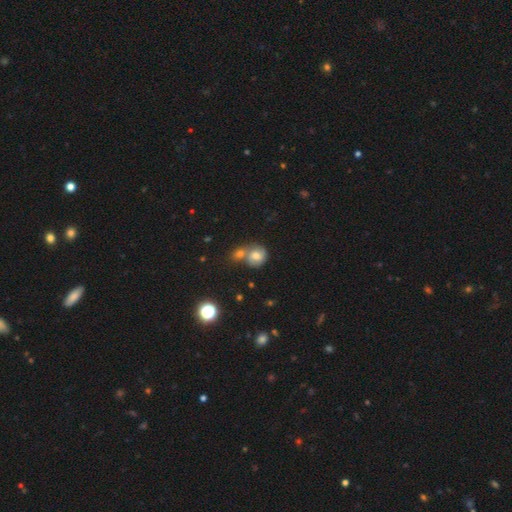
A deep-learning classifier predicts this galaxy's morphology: A smooth galaxy with no disk features (67%) that is round (77%).

Vote fractions:
- Smooth or featured? smooth: 67% / featured or disk: 21% / star or artifact: 12%
- How rounded? round: 77% / in between: 21% / cigar-shaped: 1%
- Merging? merger: 51% / none: 36% / minor disturbance: 10% / major disturbance: 4%